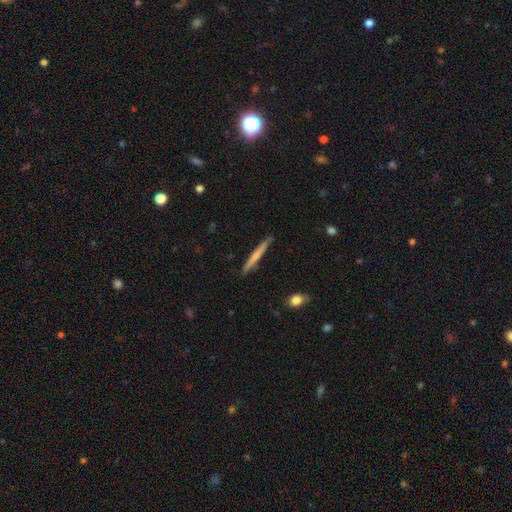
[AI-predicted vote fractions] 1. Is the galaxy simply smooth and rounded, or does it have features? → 53% smooth, 41% featured or disk, 6% star or artifact.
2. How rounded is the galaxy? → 96% cigar-shaped, 2% in between, 1% round.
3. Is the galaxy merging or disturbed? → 89% none, 8% minor disturbance, 1% merger, 1% major disturbance.